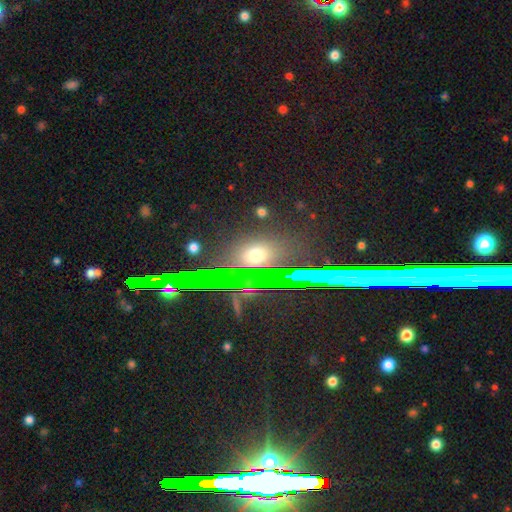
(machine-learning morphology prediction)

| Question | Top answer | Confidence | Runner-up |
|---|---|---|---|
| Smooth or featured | smooth | 57% | star or artifact (32%) |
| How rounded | in between | 50% | round (45%) |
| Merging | none | 81% | minor disturbance (10%) |